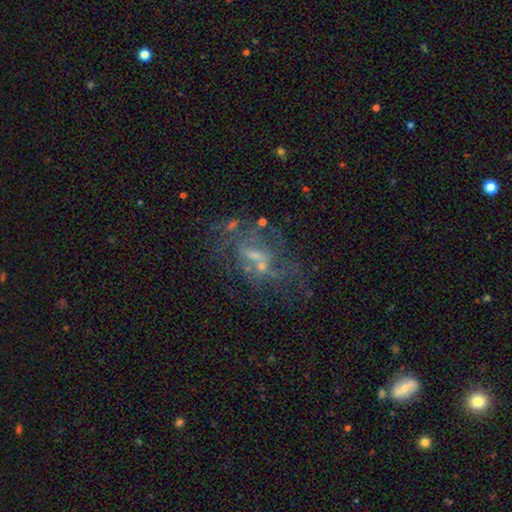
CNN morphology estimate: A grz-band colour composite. It shows a featured or disk galaxy (64%) with no bar (49%), no spiral arms (51%) and a small central bulge (47%). Merging: none (46%).